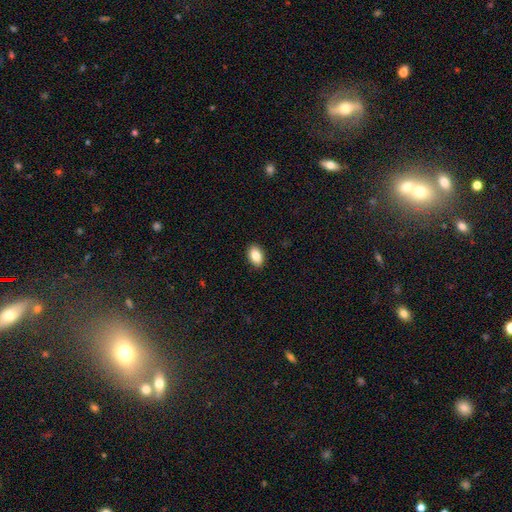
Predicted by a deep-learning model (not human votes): Q: Smooth or featured?
A: smooth (86%); runner-up: star or artifact (8%)
Q: How rounded?
A: in between (88%); runner-up: round (11%)
Q: Merging?
A: none (90%); runner-up: minor disturbance (7%)